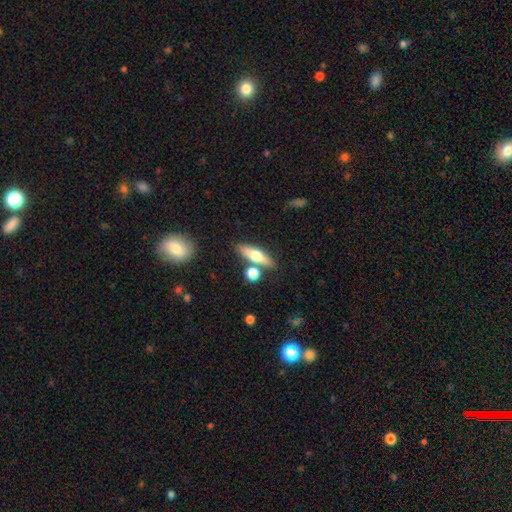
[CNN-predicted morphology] This is possibly a smooth galaxy (55%). How rounded: possibly cigar-shaped (54%). Merging: likely none (75%).